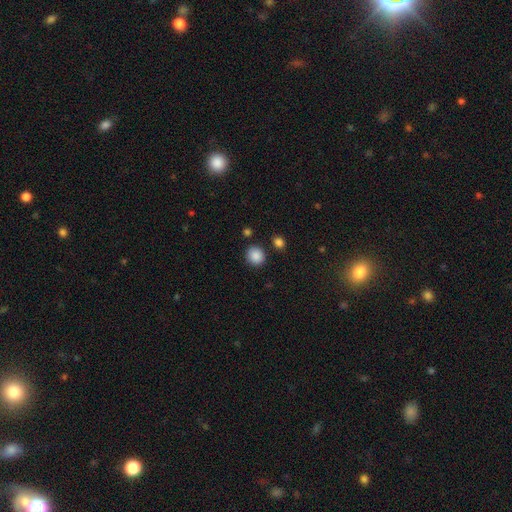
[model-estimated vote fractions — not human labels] Smooth or featured?
  - smooth: 88% *
  - star or artifact: 9%
  - featured or disk: 3%
How rounded?
  - round: 87% *
  - in between: 12%
  - cigar-shaped: 1%
Merging?
  - none: 86% *
  - minor disturbance: 8%
  - merger: 4%
  - major disturbance: 3%